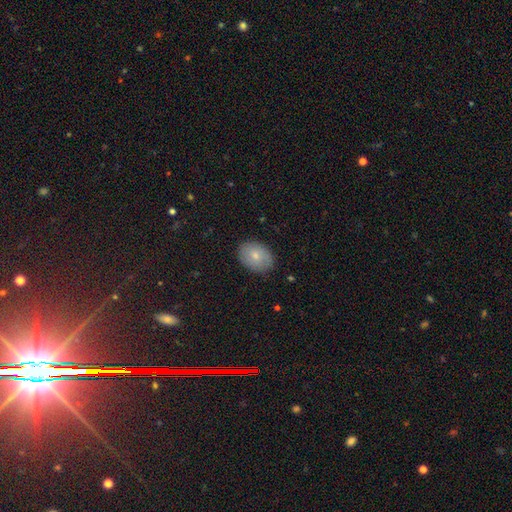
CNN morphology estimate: Smooth or featured?
  - smooth: 72% *
  - featured or disk: 21%
  - star or artifact: 7%
How rounded?
  - in between: 68% *
  - round: 31%
  - cigar-shaped: 1%
Merging?
  - none: 85% *
  - minor disturbance: 12%
  - major disturbance: 3%
  - merger: 1%